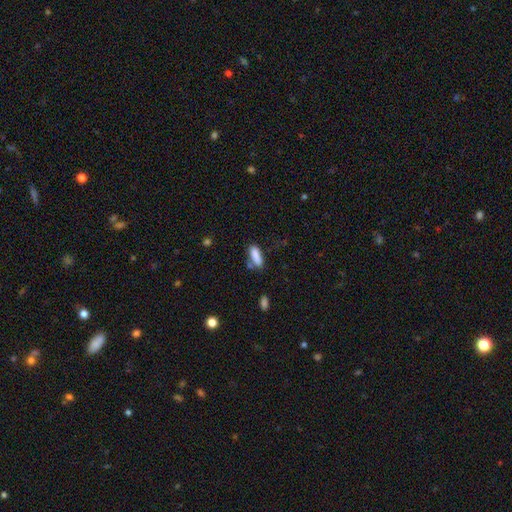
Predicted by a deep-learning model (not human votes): A smooth galaxy with no disk features (85%) that is in between round and cigar-shaped (64%).

Vote fractions:
- Smooth or featured? smooth: 85% / star or artifact: 8% / featured or disk: 7%
- How rounded? in between: 64% / cigar-shaped: 34% / round: 2%
- Merging? none: 58% / minor disturbance: 22% / merger: 13% / major disturbance: 7%